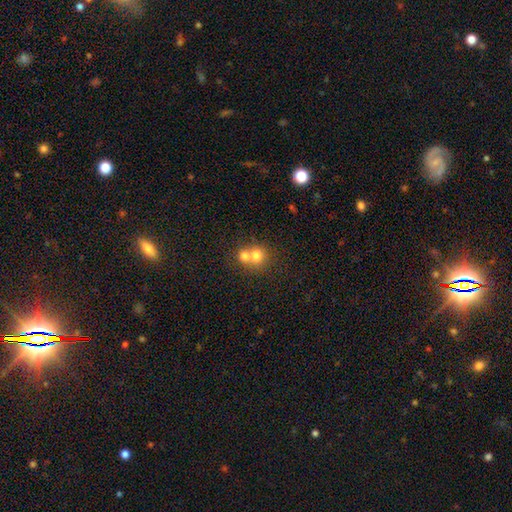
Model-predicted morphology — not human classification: Smooth or featured: smooth — 74% (featured or disk — 15%)
How rounded: round — 84% (in between — 15%)
Merging: merger — 62% (none — 31%)